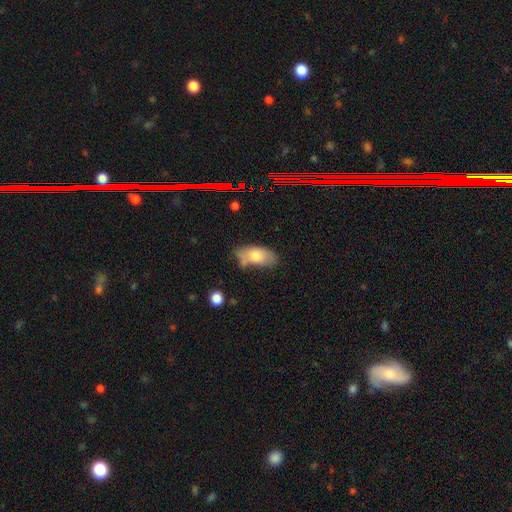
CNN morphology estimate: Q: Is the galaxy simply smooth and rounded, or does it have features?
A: smooth — 73%.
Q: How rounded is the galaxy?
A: in between — 92%.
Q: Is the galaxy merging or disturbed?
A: none — 52%.